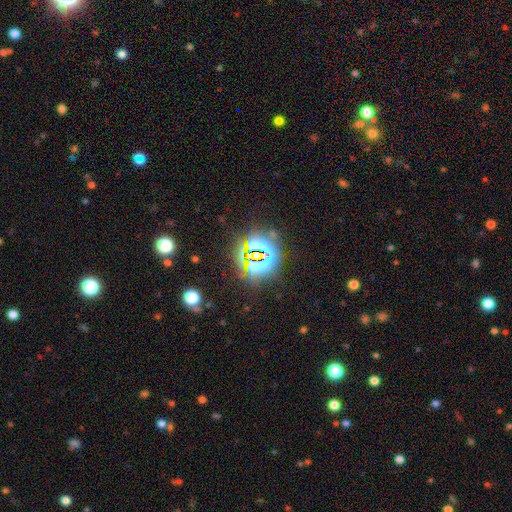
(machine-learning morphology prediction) The model was most divided on "smooth or featured": star or artifact: 75%, smooth: 16%, featured or disk: 10%.